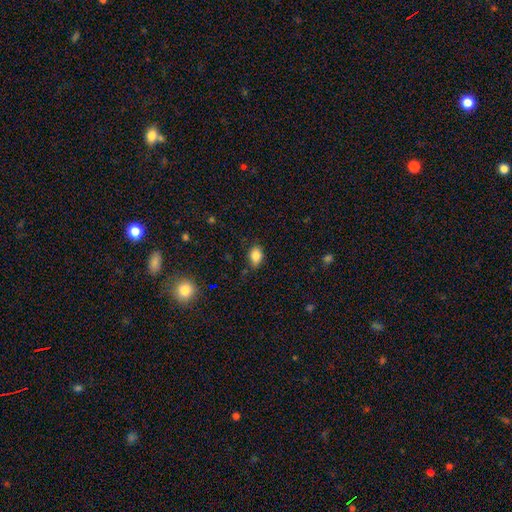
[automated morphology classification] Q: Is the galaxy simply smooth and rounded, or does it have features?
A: smooth — 85%.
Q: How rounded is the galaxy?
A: in between — 74%.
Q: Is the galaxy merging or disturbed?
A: none — 75%.